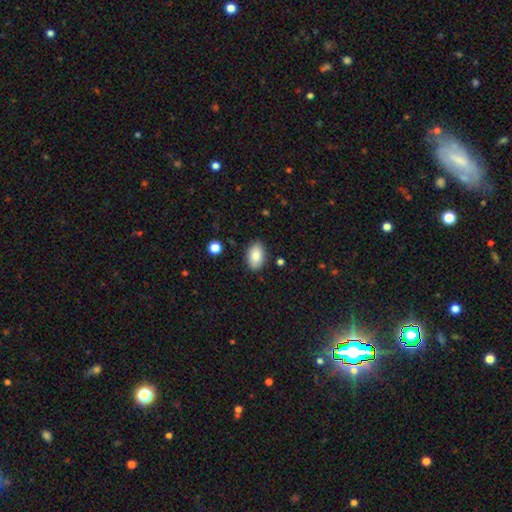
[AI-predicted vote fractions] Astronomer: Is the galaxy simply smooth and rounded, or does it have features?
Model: smooth — 87%.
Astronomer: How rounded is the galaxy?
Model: in between — 93%.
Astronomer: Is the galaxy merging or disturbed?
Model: none — 86%.